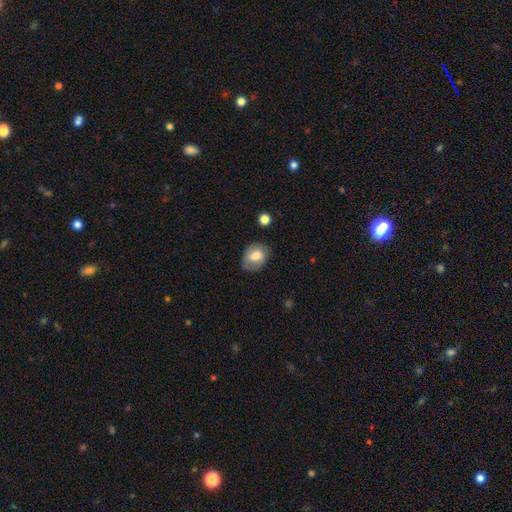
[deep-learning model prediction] Smooth or featured? smooth (67%)
How rounded? in between (62%)
Merging? none (70%)